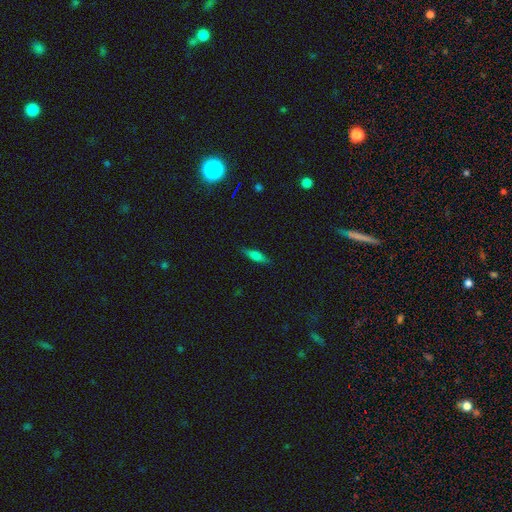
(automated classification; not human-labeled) A smooth galaxy with no disk features (62%) that is cigar-shaped (63%).

Vote fractions:
- Smooth or featured? smooth: 62% / featured or disk: 29% / star or artifact: 10%
- How rounded? cigar-shaped: 63% / in between: 34% / round: 3%
- Merging? none: 86% / minor disturbance: 11% / major disturbance: 2% / merger: 1%